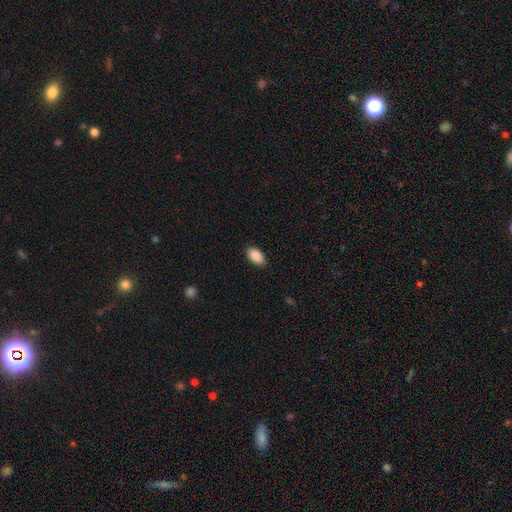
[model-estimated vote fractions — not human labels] Smooth or featured?
  - smooth: 89% *
  - star or artifact: 7%
  - featured or disk: 4%
How rounded?
  - in between: 94% *
  - round: 4%
  - cigar-shaped: 2%
Merging?
  - none: 89% *
  - minor disturbance: 8%
  - major disturbance: 2%
  - merger: 1%